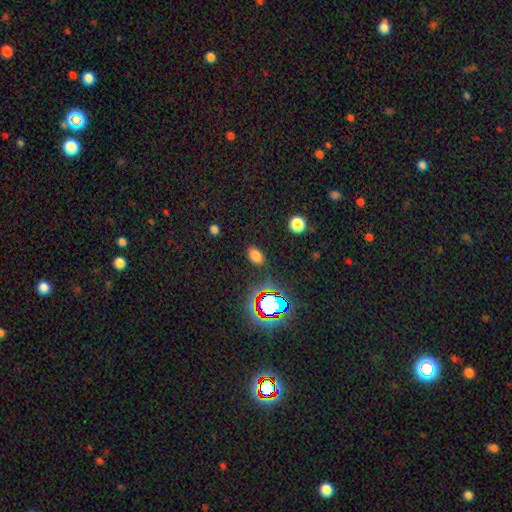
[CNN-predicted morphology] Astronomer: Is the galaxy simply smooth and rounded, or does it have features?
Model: smooth — 74%.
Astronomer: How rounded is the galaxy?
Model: in between — 86%.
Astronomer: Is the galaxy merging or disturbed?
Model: none — 86%.